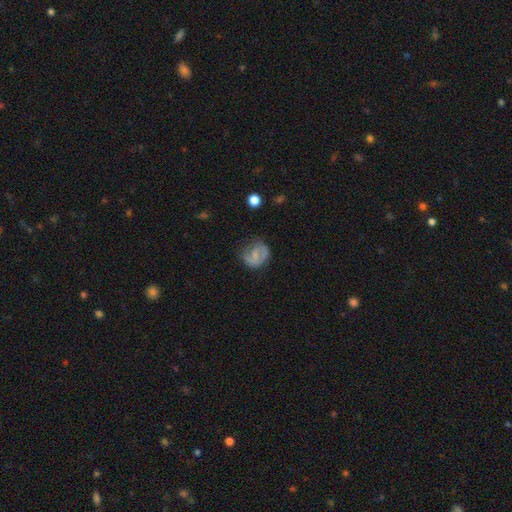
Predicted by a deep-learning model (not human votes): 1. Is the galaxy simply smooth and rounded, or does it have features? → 47% featured or disk, 44% smooth, 9% star or artifact.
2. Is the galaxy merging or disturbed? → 55% none, 26% minor disturbance, 17% major disturbance, 2% merger.